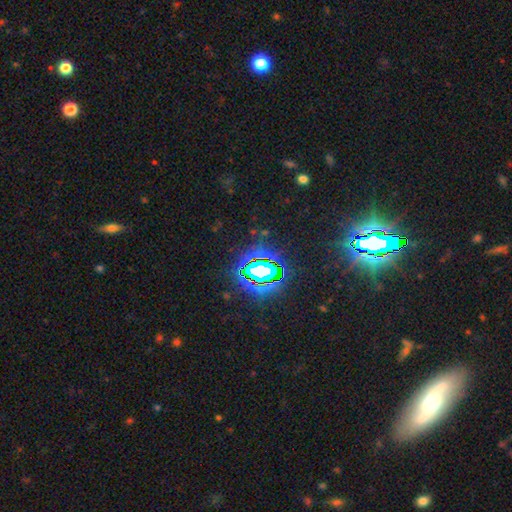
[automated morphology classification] A star or artifact, not a galaxy (83%).

Vote fractions:
- Smooth or featured? star or artifact: 83% / smooth: 9% / featured or disk: 8%